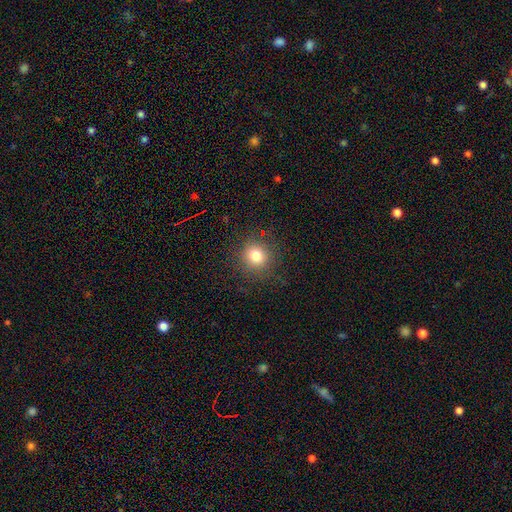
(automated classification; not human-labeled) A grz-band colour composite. It shows a smooth galaxy with no disk features (80%) that is round (89%). Merging: none (87%).